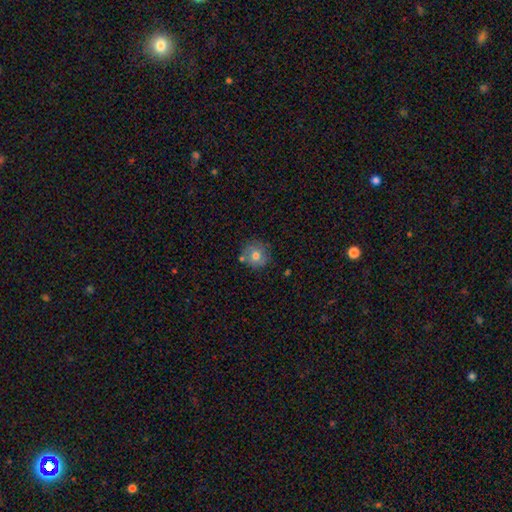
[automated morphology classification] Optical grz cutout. It shows a smooth galaxy with no disk features (68%) that is round (90%). Merging: none (75%).